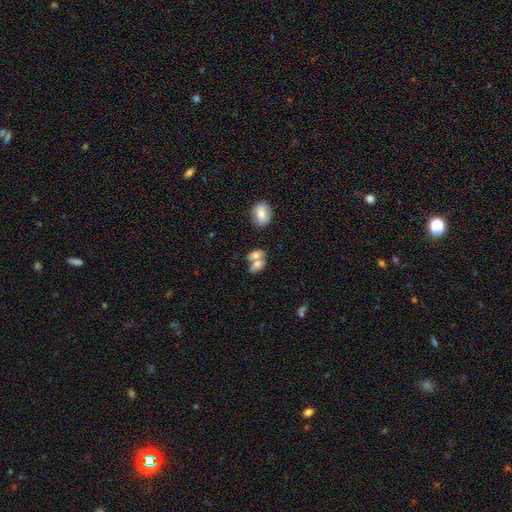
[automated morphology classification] type=smooth (69%); roundness=in between (76%); merging=merger (58%).